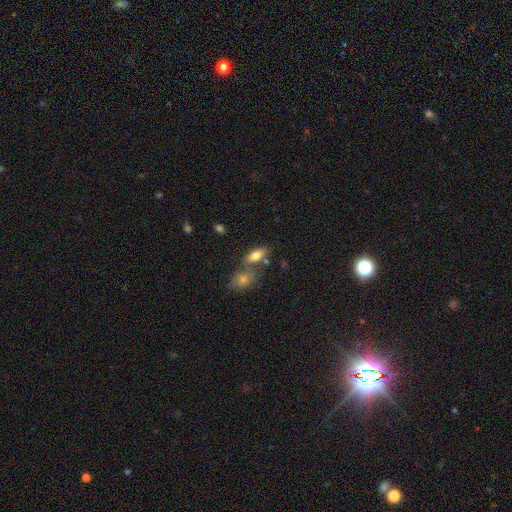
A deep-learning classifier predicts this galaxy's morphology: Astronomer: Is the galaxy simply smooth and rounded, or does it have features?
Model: smooth — 78%.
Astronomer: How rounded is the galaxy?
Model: in between — 84%.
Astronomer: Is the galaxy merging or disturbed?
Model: none — 53% (runner-up: merger, 29%).